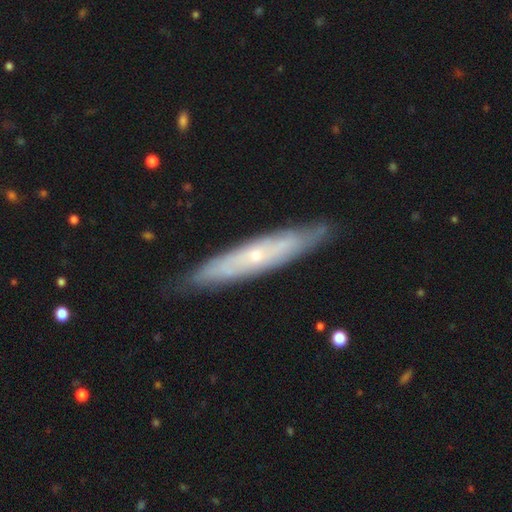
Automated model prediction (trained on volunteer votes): A featured or disk galaxy (67%) viewed edge-on (55%). Merging: none (85%).